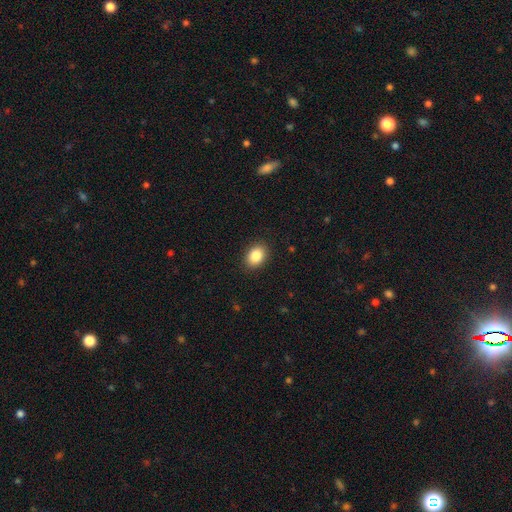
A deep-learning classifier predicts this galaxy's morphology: A smooth galaxy with no disk features (86%) that is in between round and cigar-shaped (71%).

Vote fractions:
- Smooth or featured? smooth: 86% / star or artifact: 8% / featured or disk: 5%
- How rounded? in between: 71% / round: 28% / cigar-shaped: 1%
- Merging? none: 89% / minor disturbance: 8% / major disturbance: 2% / merger: 1%